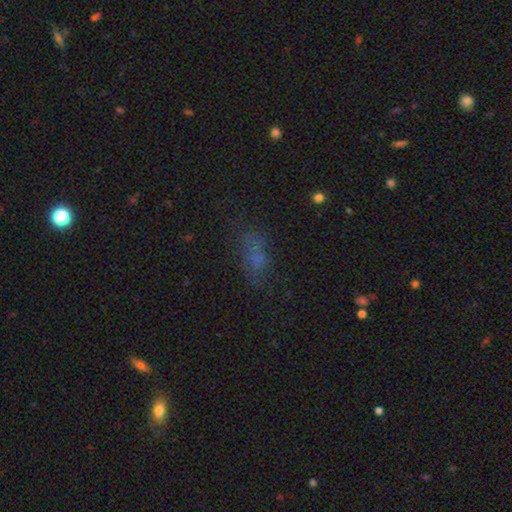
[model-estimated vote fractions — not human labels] smooth-or-featured: smooth: 59% | star or artifact: 24% | featured or disk: 17%
  how-rounded: in between: 72% | cigar-shaped: 20% | round: 8%
  merging: none: 58% | minor disturbance: 22% | major disturbance: 17% | merger: 3%